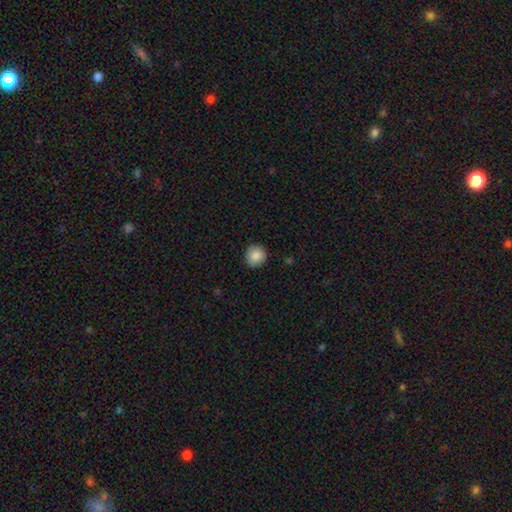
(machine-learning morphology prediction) Smooth or featured?
  - smooth: 87% *
  - star or artifact: 8%
  - featured or disk: 5%
How rounded?
  - round: 93% *
  - in between: 6%
  - cigar-shaped: 1%
Merging?
  - none: 90% *
  - minor disturbance: 7%
  - major disturbance: 2%
  - merger: 1%